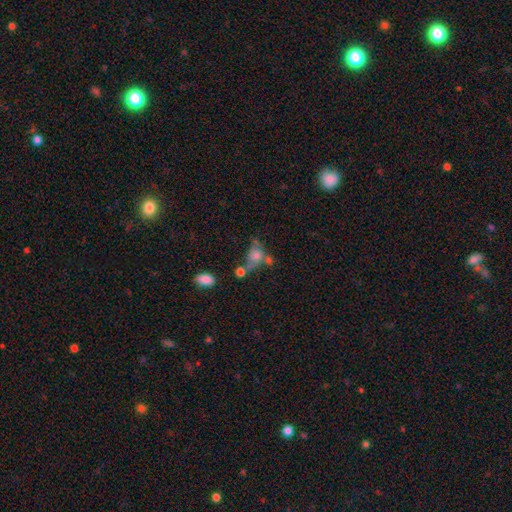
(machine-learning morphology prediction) type=smooth (64%); roundness=in between (56%); merging=merger (35%).